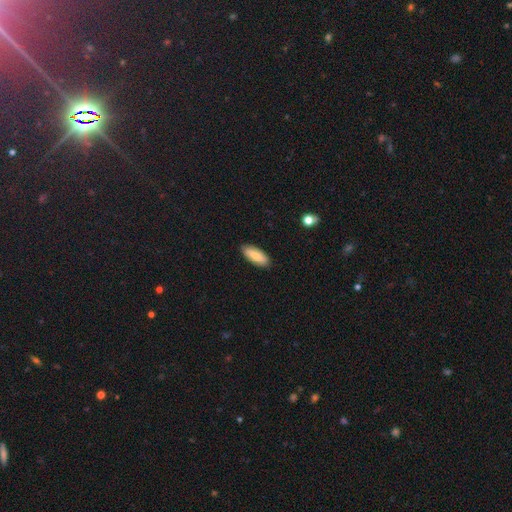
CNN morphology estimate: This appears to be a smooth galaxy with no disk features (79%) that is in between round and cigar-shaped (73%). Merging: none (88%).